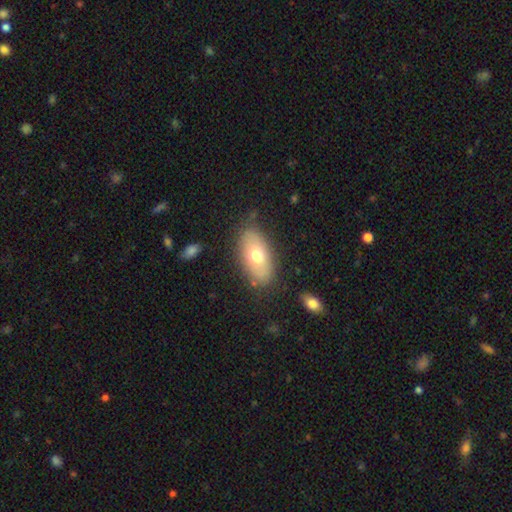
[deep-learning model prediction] Q: Smooth or featured?
A: smooth (66%); runner-up: featured or disk (27%)
Q: How rounded?
A: in between (92%); runner-up: round (5%)
Q: Merging?
A: none (79%); runner-up: minor disturbance (15%)